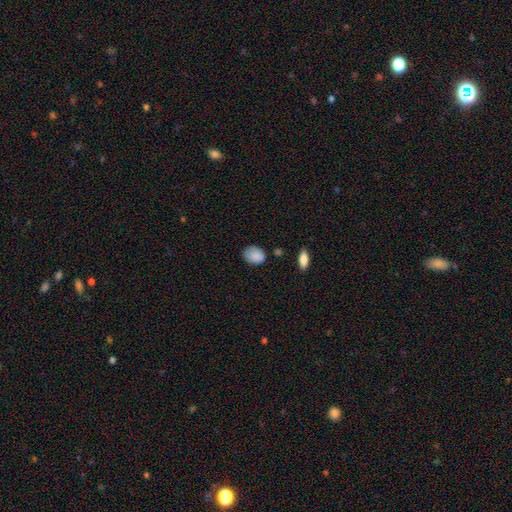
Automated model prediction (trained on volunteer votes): Overall: smooth (87%). How rounded: in between (61%; round 38%). Merging: none (71%).